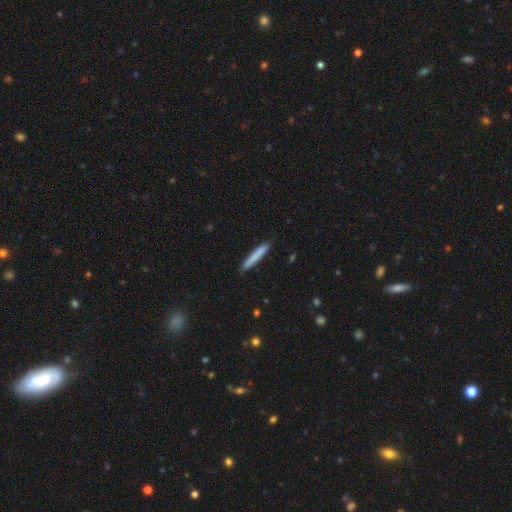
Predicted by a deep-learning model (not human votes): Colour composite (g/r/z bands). It shows a smooth galaxy with no disk features (78%) that is cigar-shaped (95%). Merging: none (90%).